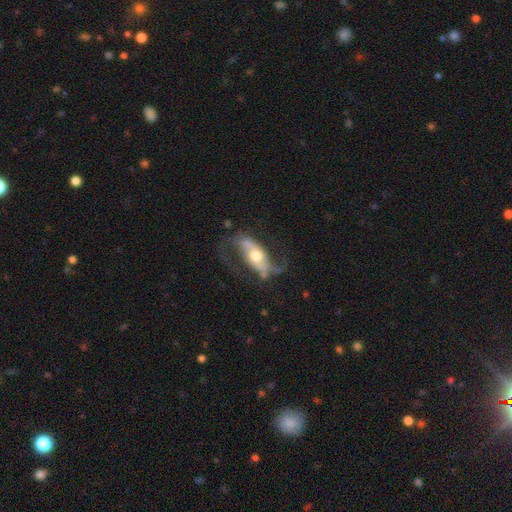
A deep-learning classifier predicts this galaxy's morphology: Smooth or featured? featured or disk (78%)
Edge-on disk? no (87%)
Bar? no (38%)
Spiral arms? yes (85%)
Spiral winding? loose (58%)
Spiral arm count? 2 (89%)
Bulge size? moderate (71%)
Merging? none (58%)